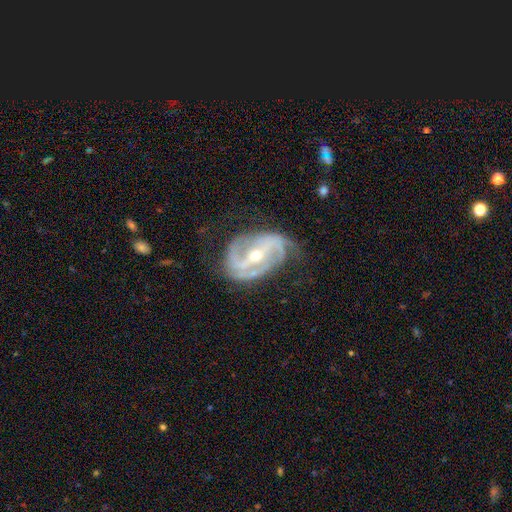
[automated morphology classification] Overall: featured or disk (89%). Edge-on disk: no (96%). Bar: strong (57%; weak 29%). Spiral arms: yes (93%). Spiral arm count: 2 (67%). Spiral winding: medium (46%; loose 27%). Bulge size: small (56%; moderate 41%). Merging: none (55%; minor disturbance 25%).